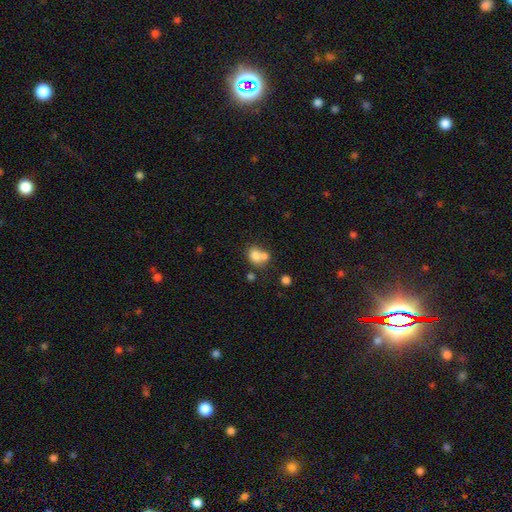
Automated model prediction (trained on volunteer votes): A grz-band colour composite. It shows a smooth galaxy with no disk features (75%) that is round (54%). Merging: merger (54%).